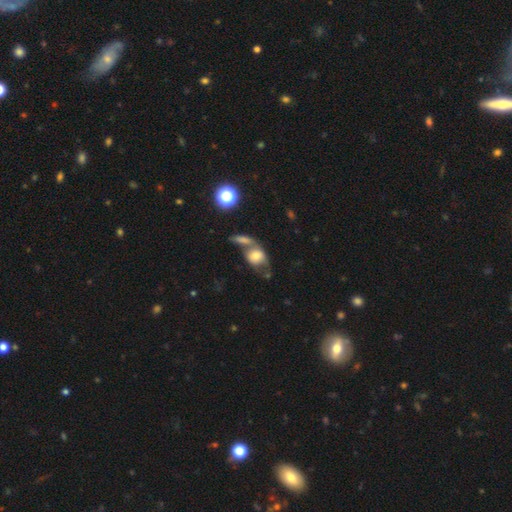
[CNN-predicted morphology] A smooth galaxy with no disk features (66%) that is in between round and cigar-shaped (61%).

Vote fractions:
- Smooth or featured? smooth: 66% / featured or disk: 24% / star or artifact: 10%
- How rounded? in between: 61% / round: 36% / cigar-shaped: 3%
- Merging? merger: 53% / none: 24% / minor disturbance: 12% / major disturbance: 11%